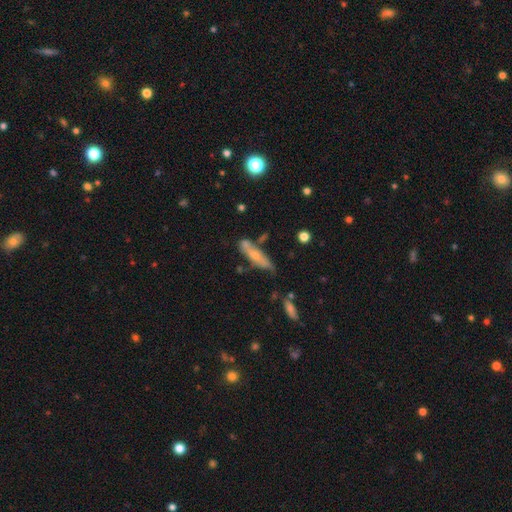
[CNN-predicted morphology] The model was most divided on "smooth or featured": smooth: 52%, featured or disk: 42%, star or artifact: 6%. Remaining: how rounded — cigar-shaped (64%); merging — none (47%).